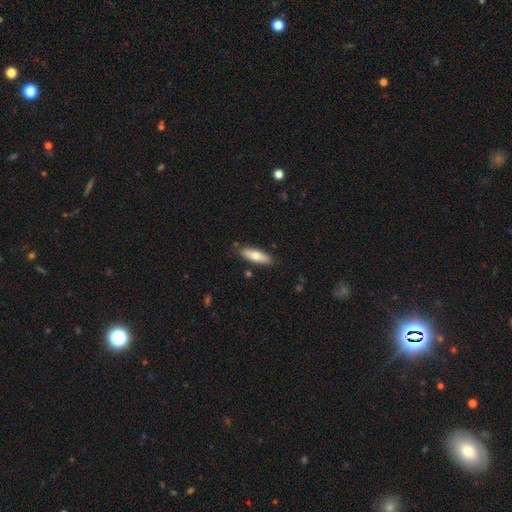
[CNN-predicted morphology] Smooth or featured? Predicted: smooth (p=0.71). How rounded? Predicted: in between (p=0.54). Merging? Predicted: none (p=0.85).